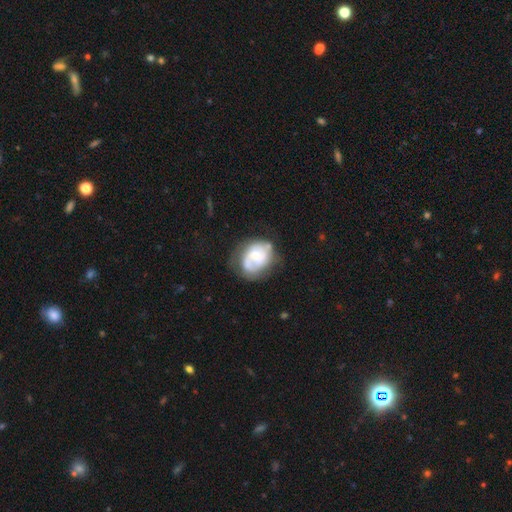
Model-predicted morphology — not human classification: type=featured or disk (59%); edge-on=no (97%); bar=no (75%); spiral arms=yes (65%); bulge=moderate (47%); merging=none (48%).